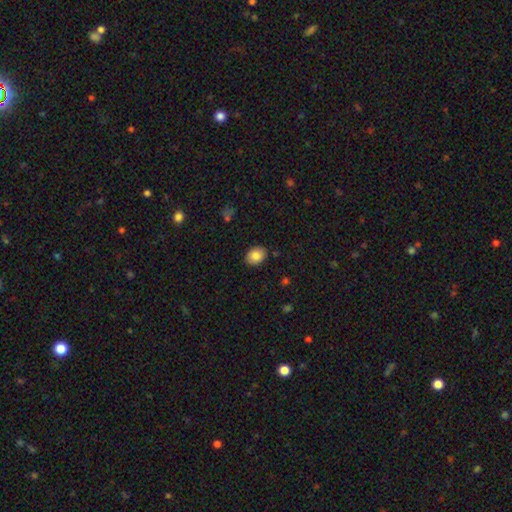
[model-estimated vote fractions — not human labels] Smooth or featured: smooth — 83% (featured or disk — 9%)
How rounded: in between — 63% (round — 36%)
Merging: none — 88% (minor disturbance — 9%)